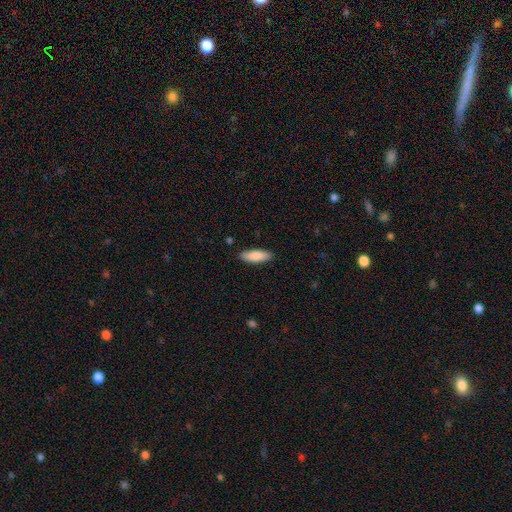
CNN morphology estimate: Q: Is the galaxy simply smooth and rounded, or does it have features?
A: smooth — 86%.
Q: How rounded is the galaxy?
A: in between — 56%.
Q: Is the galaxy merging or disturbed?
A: none — 87%.